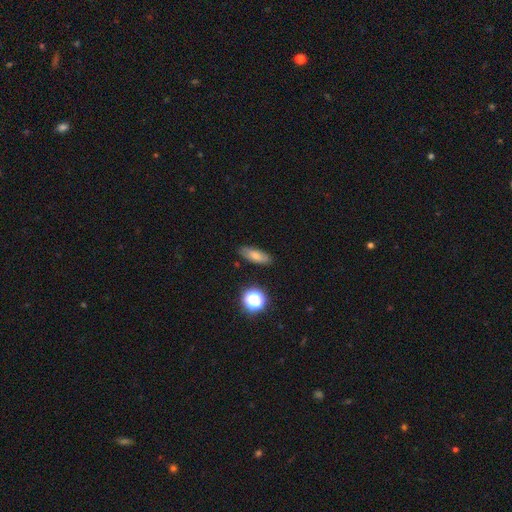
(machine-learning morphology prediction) smooth_or_featured: smooth (p=0.69) [alt: featured or disk p=0.19]
how_rounded: in between (p=0.67) [alt: cigar-shaped p=0.26]
merging: none (p=0.83) [alt: minor disturbance p=0.13]